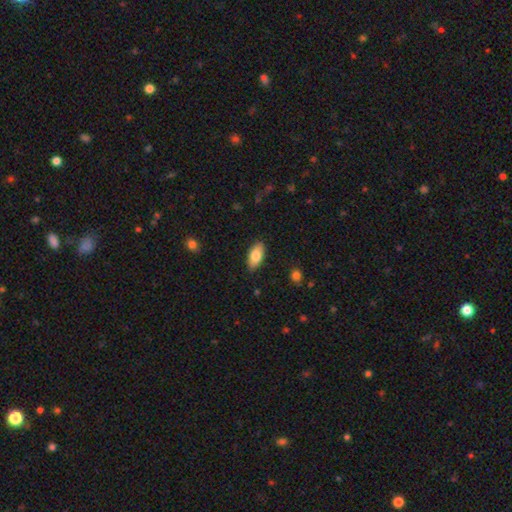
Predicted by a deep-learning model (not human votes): Overall: smooth (81%). How rounded: in between (92%). Merging: none (88%).